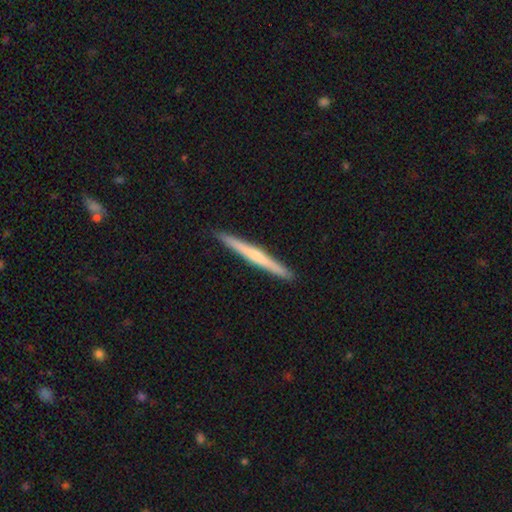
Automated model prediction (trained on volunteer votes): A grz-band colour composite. It shows a featured or disk galaxy (53%) viewed edge-on (98%) with no central bulge (55%). Merging: none (92%).